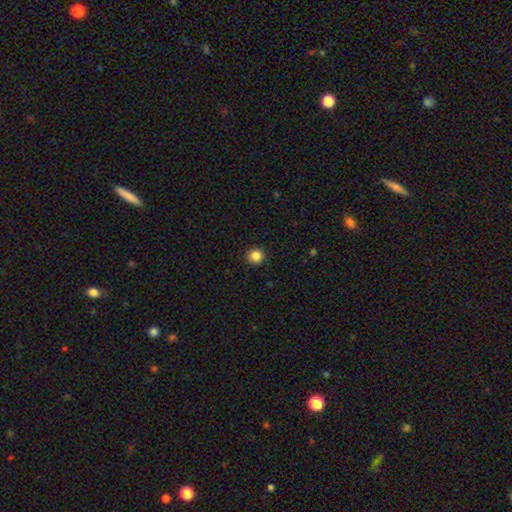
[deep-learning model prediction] smooth_or_featured: smooth (p=0.85) [alt: star or artifact p=0.11]
how_rounded: round (p=0.95) [alt: in between p=0.04]
merging: none (p=0.93) [alt: minor disturbance p=0.04]